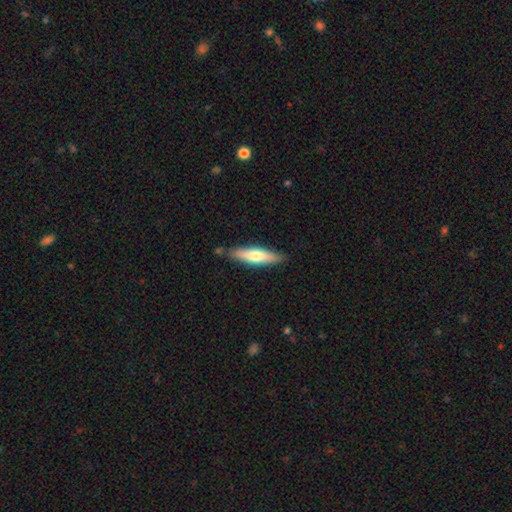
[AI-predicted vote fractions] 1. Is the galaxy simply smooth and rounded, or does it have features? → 61% smooth, 34% featured or disk, 5% star or artifact.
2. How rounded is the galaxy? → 72% cigar-shaped, 26% in between, 1% round.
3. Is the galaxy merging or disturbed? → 83% none, 12% minor disturbance, 3% merger, 2% major disturbance.